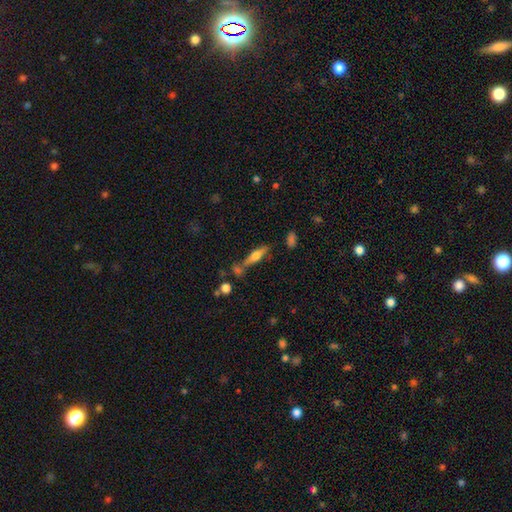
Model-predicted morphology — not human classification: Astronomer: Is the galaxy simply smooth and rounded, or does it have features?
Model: featured or disk — 53% (runner-up: smooth, 39%).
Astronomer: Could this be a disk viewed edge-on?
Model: yes — 93%.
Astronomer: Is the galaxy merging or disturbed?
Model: none — 68%.